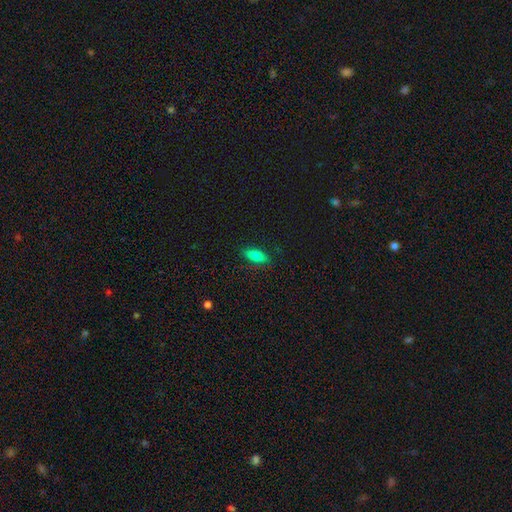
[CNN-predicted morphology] Smooth or featured?
  - smooth: 79% *
  - featured or disk: 13%
  - star or artifact: 8%
How rounded?
  - in between: 69% *
  - cigar-shaped: 28%
  - round: 3%
Merging?
  - none: 85% *
  - minor disturbance: 11%
  - major disturbance: 2%
  - merger: 1%